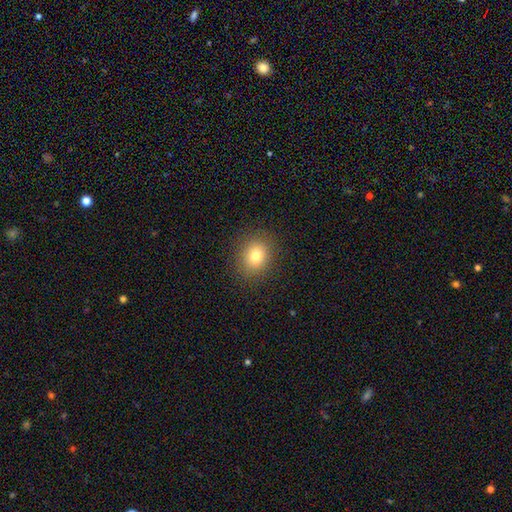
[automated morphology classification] Q: Smooth or featured?
A: smooth (78%); runner-up: star or artifact (12%)
Q: How rounded?
A: round (66%); runner-up: in between (33%)
Q: Merging?
A: none (88%); runner-up: minor disturbance (8%)